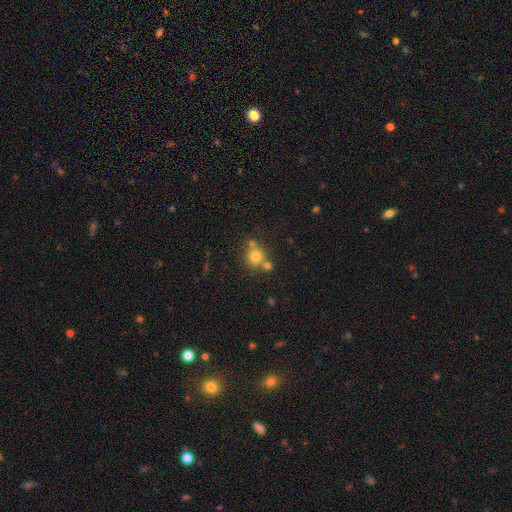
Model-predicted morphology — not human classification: Q: Smooth or featured?
A: smooth (75%); runner-up: star or artifact (14%)
Q: How rounded?
A: round (88%); runner-up: in between (11%)
Q: Merging?
A: none (58%); runner-up: merger (29%)